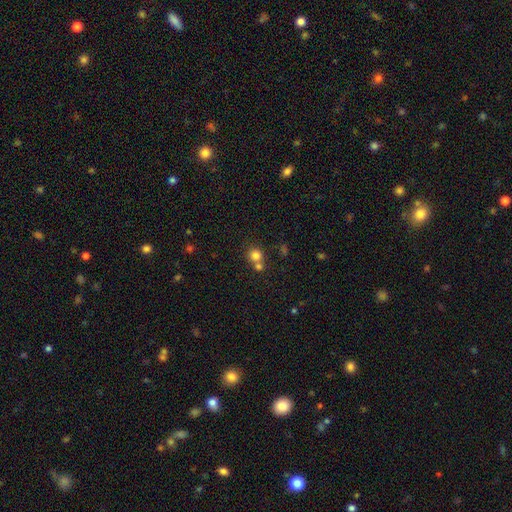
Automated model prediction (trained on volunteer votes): The model was most divided on "merging": none: 56%, merger: 35%, minor disturbance: 7%, major disturbance: 3%. More confident: how rounded — round (90%); smooth or featured — smooth (79%).